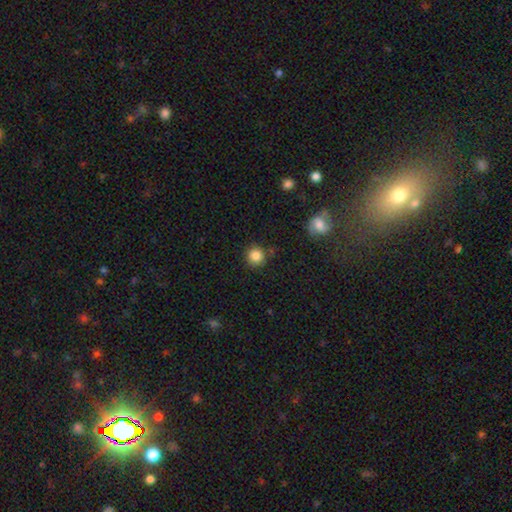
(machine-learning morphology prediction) Q: Smooth or featured?
A: smooth (85%); runner-up: star or artifact (10%)
Q: How rounded?
A: round (93%); runner-up: in between (6%)
Q: Merging?
A: none (83%); runner-up: minor disturbance (10%)